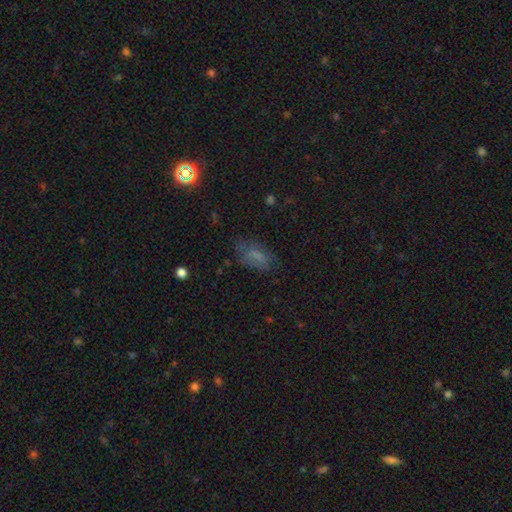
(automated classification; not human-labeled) Q: Smooth or featured?
A: smooth (60%); runner-up: featured or disk (21%)
Q: How rounded?
A: in between (84%); runner-up: cigar-shaped (9%)
Q: Merging?
A: none (62%); runner-up: minor disturbance (23%)